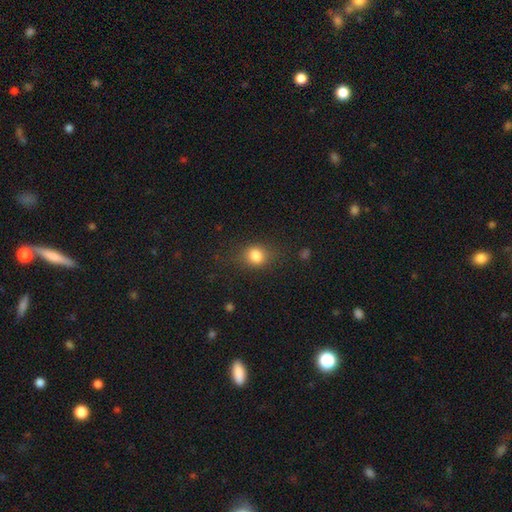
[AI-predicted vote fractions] smooth 82%, star or artifact 11%, featured or disk 7%. Down the decision tree: how rounded — round (61%); merging — none (75%).